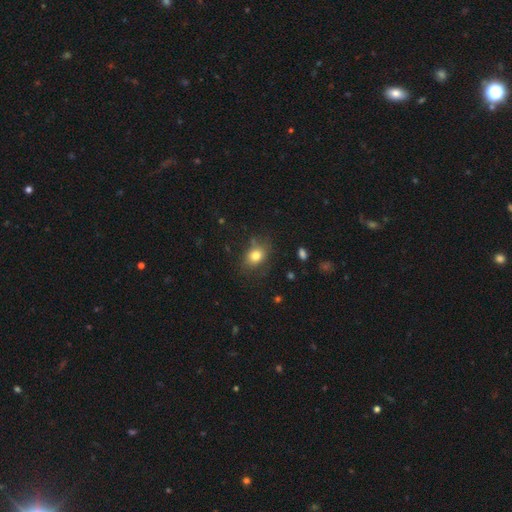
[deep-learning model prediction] smooth_or_featured: smooth (p=0.80) [alt: star or artifact p=0.11]
how_rounded: in between (p=0.57) [alt: round p=0.42]
merging: none (p=0.73) [alt: minor disturbance p=0.19]